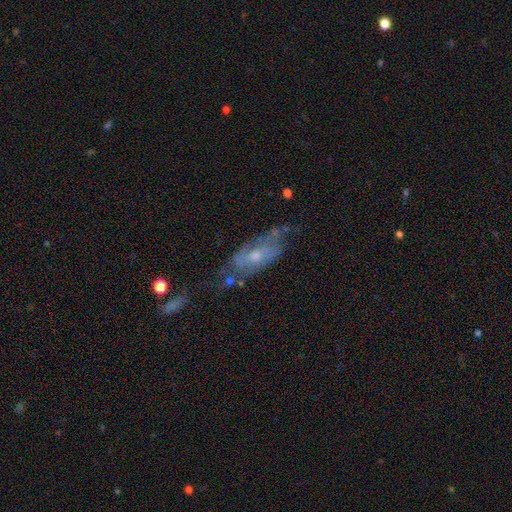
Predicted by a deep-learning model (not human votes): Smooth or featured? Predicted: featured or disk (p=0.68). Edge-on disk? Predicted: no (p=0.85). Bar? Predicted: no (p=0.67). Spiral arms? Predicted: yes (p=0.66). Bulge size? Predicted: moderate (p=0.52). Merging? Predicted: none (p=0.48).